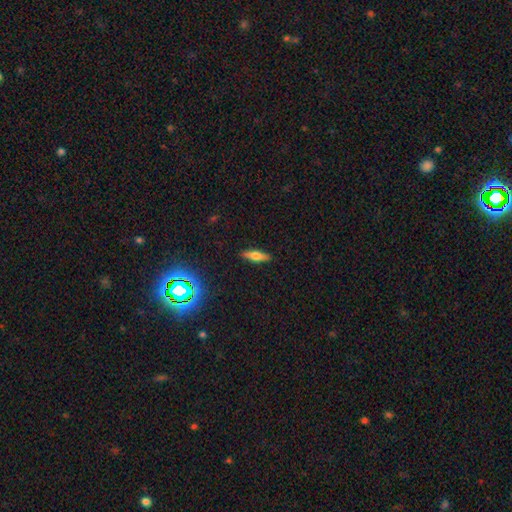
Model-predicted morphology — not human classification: This is possibly a smooth galaxy (53%). How rounded: possibly cigar-shaped (59%). Merging: clearly none (89%).